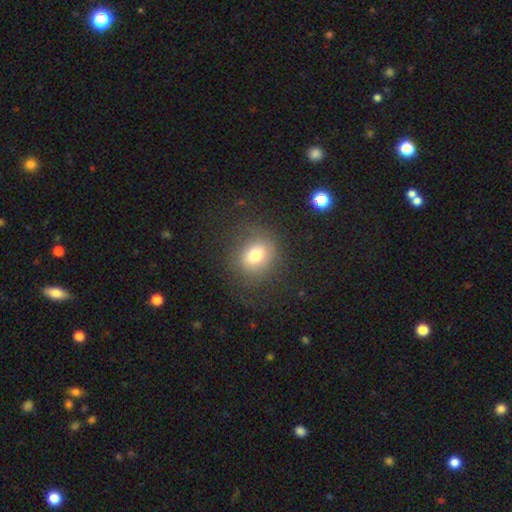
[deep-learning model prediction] smooth_or_featured: smooth (p=0.71) [alt: featured or disk p=0.17]
how_rounded: round (p=0.60) [alt: in between p=0.39]
merging: none (p=0.73) [alt: minor disturbance p=0.15]